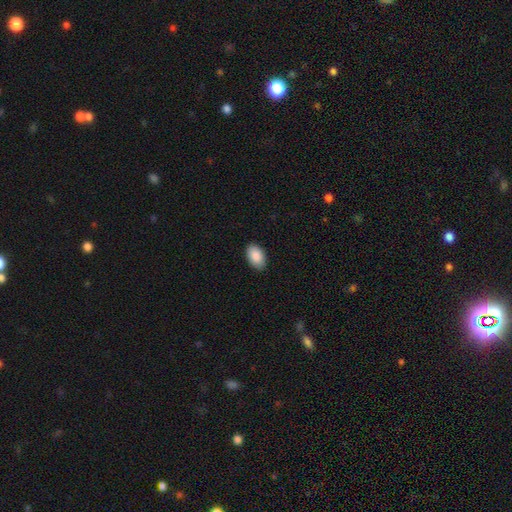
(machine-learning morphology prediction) A smooth galaxy with no disk features (90%) that is in between round and cigar-shaped (93%).

Vote fractions:
- Smooth or featured? smooth: 90% / star or artifact: 6% / featured or disk: 4%
- How rounded? in between: 93% / round: 5% / cigar-shaped: 1%
- Merging? none: 89% / minor disturbance: 8% / major disturbance: 2% / merger: 1%